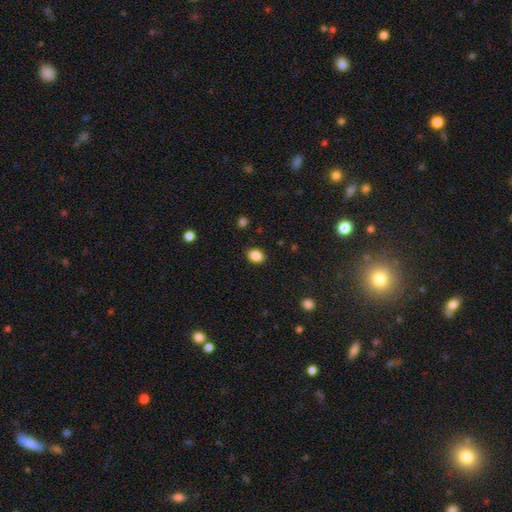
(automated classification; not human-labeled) Smooth or featured?
  - smooth: 87% *
  - star or artifact: 9%
  - featured or disk: 4%
How rounded?
  - in between: 71% *
  - round: 28%
  - cigar-shaped: 1%
Merging?
  - none: 89% *
  - minor disturbance: 8%
  - major disturbance: 2%
  - merger: 1%